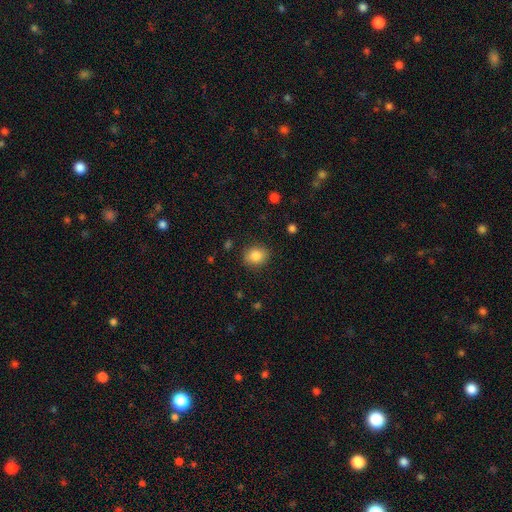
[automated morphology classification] Smooth or featured: smooth — 84% (star or artifact — 9%)
How rounded: round — 63% (in between — 36%)
Merging: none — 86% (minor disturbance — 10%)